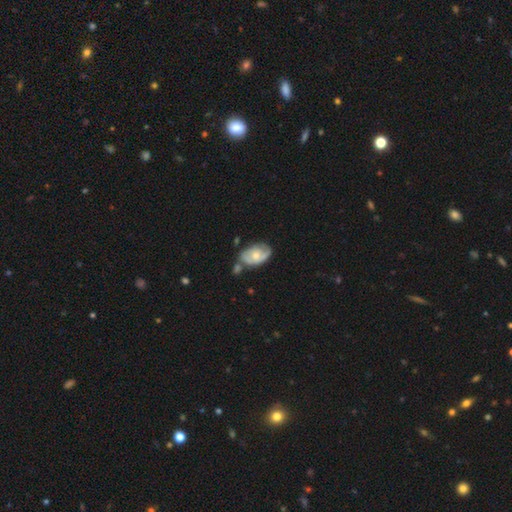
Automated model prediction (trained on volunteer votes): featured or disk 58%, smooth 36%, star or artifact 6%. Down the decision tree: edge-on disk — no (95%); bar — no (73%); spiral arms — yes (70%); bulge size — moderate (58%); merging — none (44%).